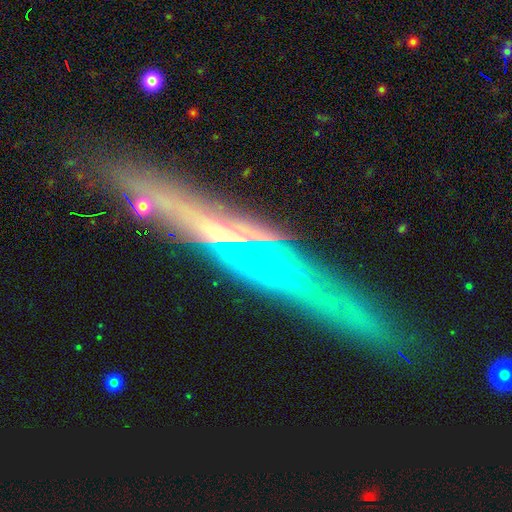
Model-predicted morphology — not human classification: The model was most divided on "edge-on bulge": none: 53%, rounded: 36%, boxy: 11%. More confident: edge-on disk — yes (90%); merging — none (79%); smooth or featured — featured or disk (74%).